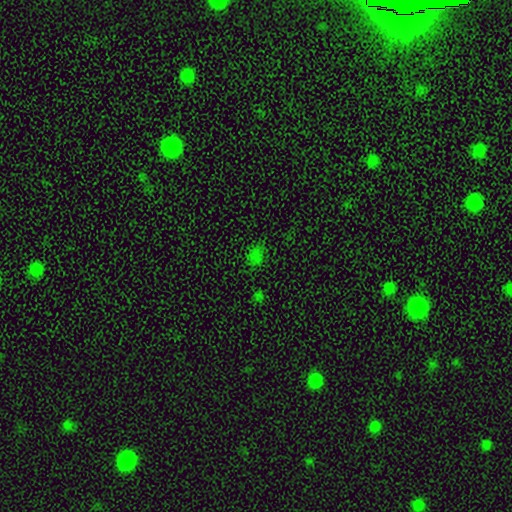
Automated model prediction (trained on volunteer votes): smooth_or_featured: smooth (p=0.51) [alt: star or artifact p=0.43]
how_rounded: in between (p=0.51) [alt: round p=0.46]
merging: none (p=0.77) [alt: minor disturbance p=0.14]